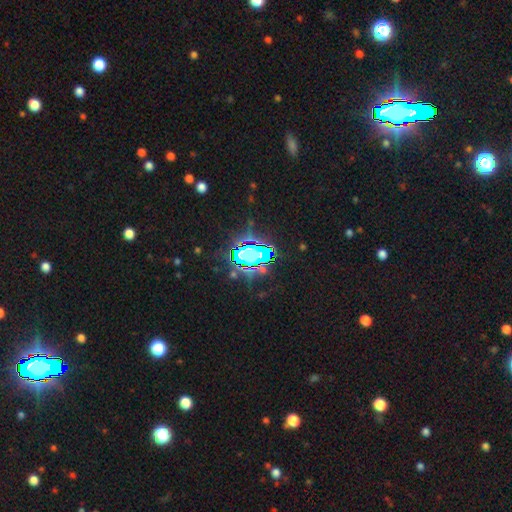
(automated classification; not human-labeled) This appears to be a star or artifact, not a galaxy (66%).